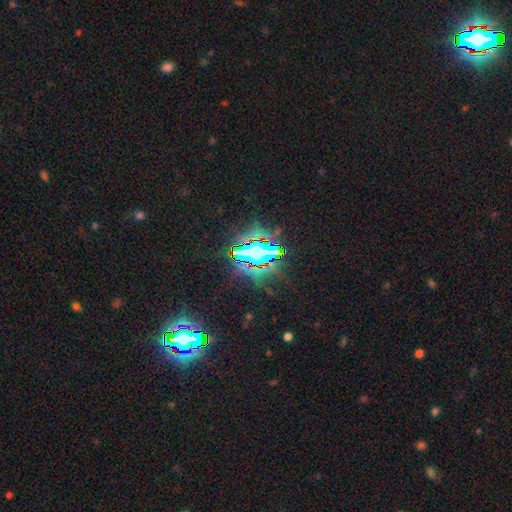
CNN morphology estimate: smooth_or_featured: star or artifact (p=0.75) [alt: smooth p=0.13]